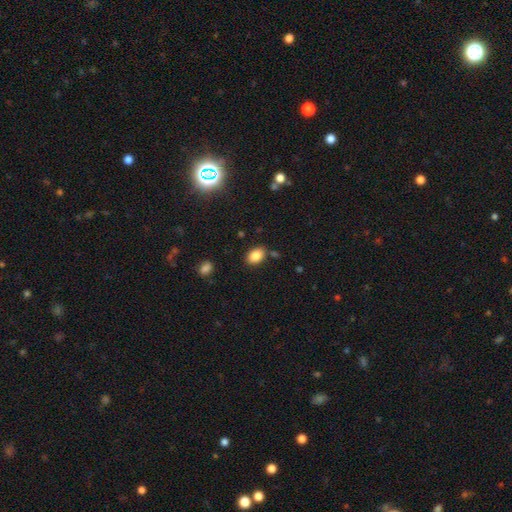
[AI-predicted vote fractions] Smooth or featured?
  - smooth: 85% *
  - star or artifact: 9%
  - featured or disk: 6%
How rounded?
  - in between: 81% *
  - round: 18%
  - cigar-shaped: 1%
Merging?
  - none: 80% *
  - minor disturbance: 12%
  - merger: 5%
  - major disturbance: 3%